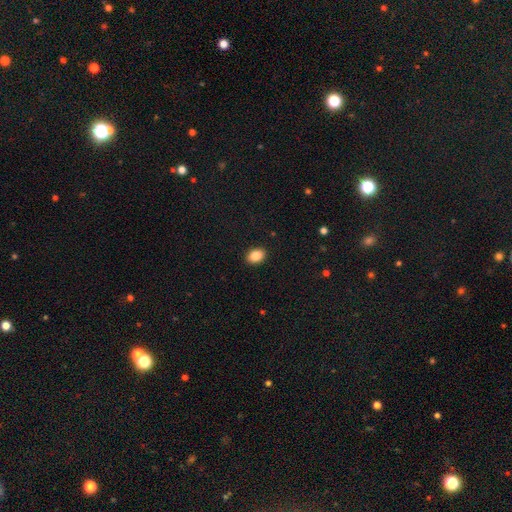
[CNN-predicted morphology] A smooth galaxy with no disk features (85%) that is in between round and cigar-shaped (72%).

Vote fractions:
- Smooth or featured? smooth: 85% / star or artifact: 9% / featured or disk: 6%
- How rounded? in between: 72% / round: 27% / cigar-shaped: 1%
- Merging? none: 91% / minor disturbance: 6% / major disturbance: 2% / merger: 1%